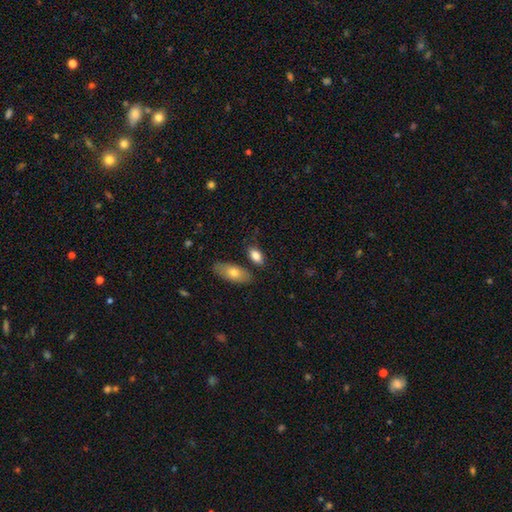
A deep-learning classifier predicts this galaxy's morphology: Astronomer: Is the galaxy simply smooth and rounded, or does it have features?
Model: smooth — 80%.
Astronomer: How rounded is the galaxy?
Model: in between — 88%.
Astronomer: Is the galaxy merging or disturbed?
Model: none — 71%.